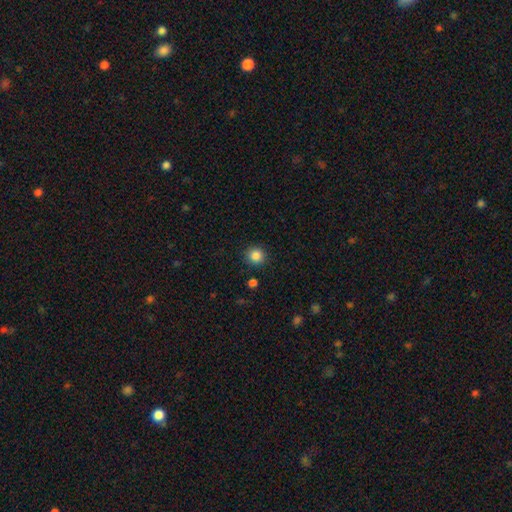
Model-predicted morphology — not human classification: Smooth or featured? Predicted: smooth (p=0.85). How rounded? Predicted: round (p=0.93). Merging? Predicted: none (p=0.91).